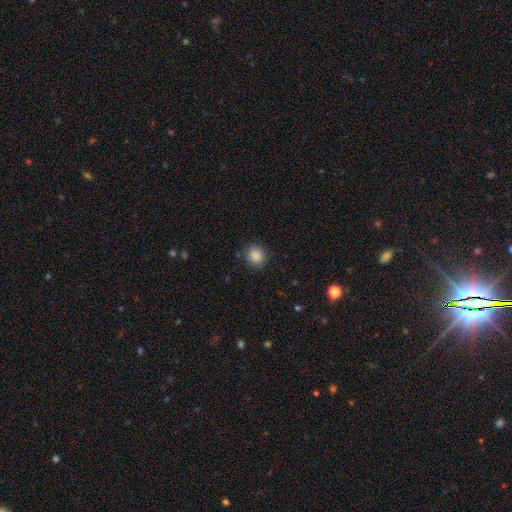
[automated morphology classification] Overall: smooth (87%). How rounded: round (87%). Merging: none (87%).